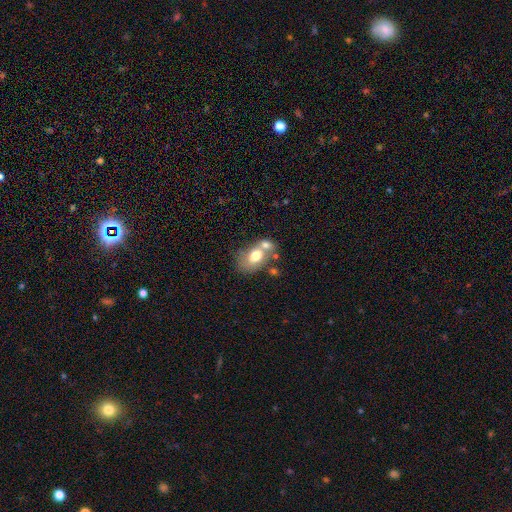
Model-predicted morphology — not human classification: smooth_or_featured: smooth (p=0.67) [alt: featured or disk p=0.25]
how_rounded: in between (p=0.73) [alt: round p=0.25]
merging: merger (p=0.54) [alt: none p=0.27]